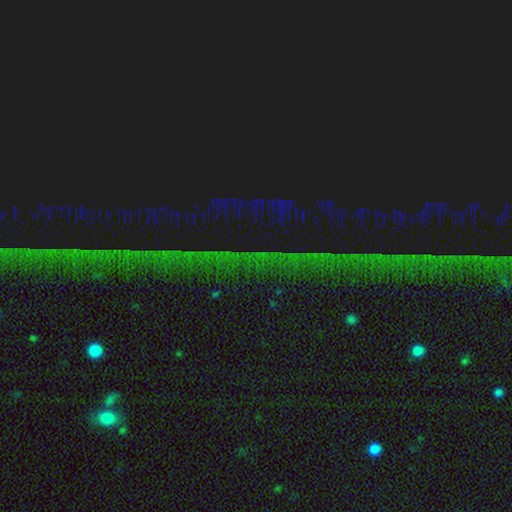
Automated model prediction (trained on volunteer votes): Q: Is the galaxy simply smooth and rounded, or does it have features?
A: star or artifact — 87%.